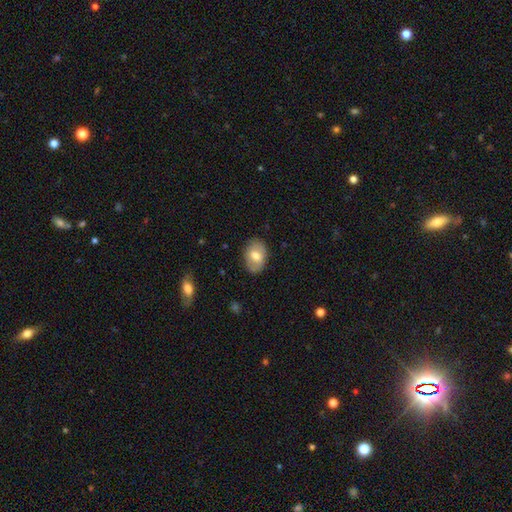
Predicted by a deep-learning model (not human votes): This appears to be a smooth galaxy with no disk features (68%) that is in between round and cigar-shaped (84%). Merging: none (82%).